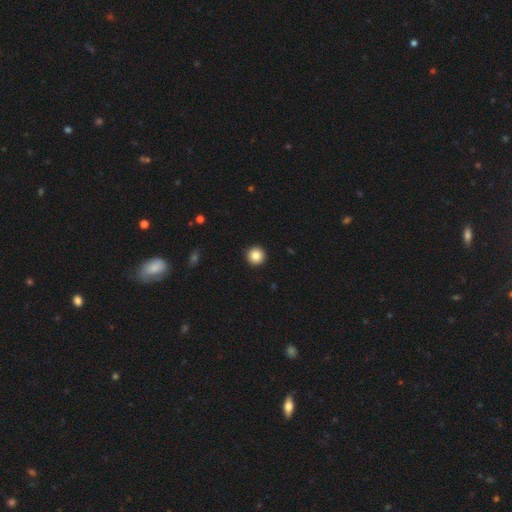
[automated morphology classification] This appears to be a smooth galaxy with no disk features (85%) that is round (96%). Merging: none (94%).